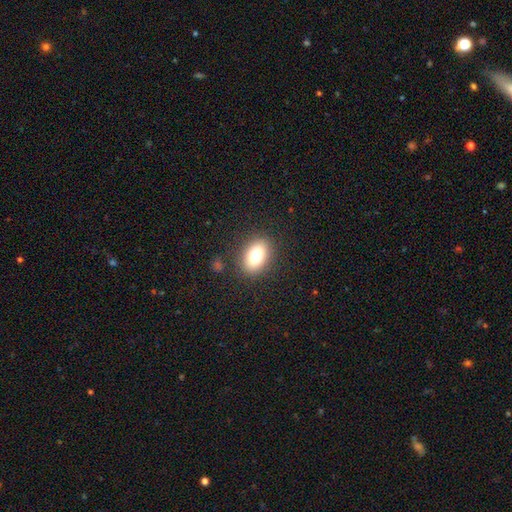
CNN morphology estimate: A smooth galaxy with no disk features (77%) that is in between round and cigar-shaped (80%).

Vote fractions:
- Smooth or featured? smooth: 77% / featured or disk: 13% / star or artifact: 10%
- How rounded? in between: 80% / round: 18% / cigar-shaped: 2%
- Merging? none: 85% / minor disturbance: 10% / major disturbance: 4% / merger: 2%